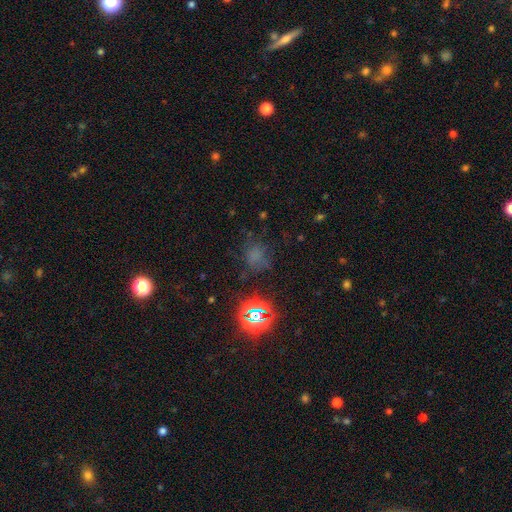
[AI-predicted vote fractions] Smooth or featured? smooth (50%)
How rounded? round (70%)
Merging? none (62%)